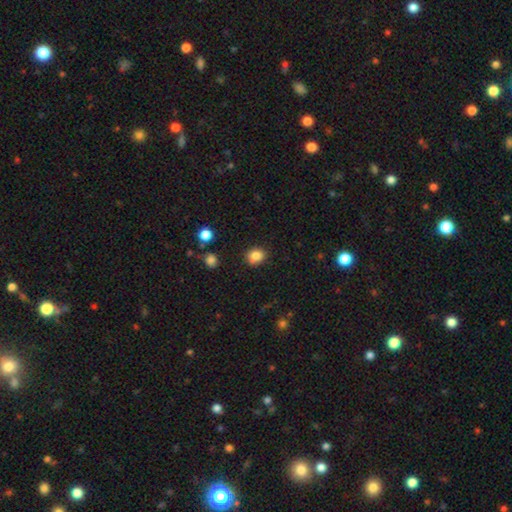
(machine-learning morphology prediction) smooth 82%, star or artifact 11%, featured or disk 6%. Down the decision tree: how rounded — round (61%); merging — none (73%).